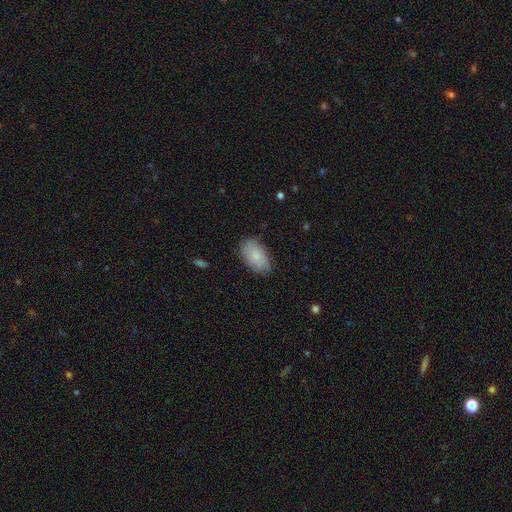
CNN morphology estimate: Q: Smooth or featured?
A: smooth (73%); runner-up: featured or disk (21%)
Q: How rounded?
A: in between (94%); runner-up: round (5%)
Q: Merging?
A: none (77%); runner-up: minor disturbance (18%)